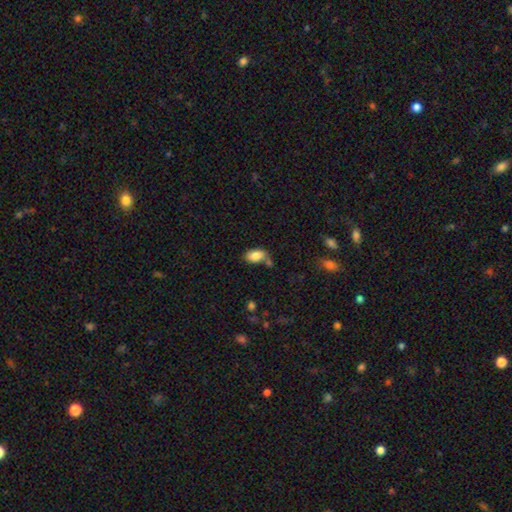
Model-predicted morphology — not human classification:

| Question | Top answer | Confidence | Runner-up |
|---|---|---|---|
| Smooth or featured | smooth | 85% | featured or disk (8%) |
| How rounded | in between | 92% | round (6%) |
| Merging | none | 63% | minor disturbance (17%) |